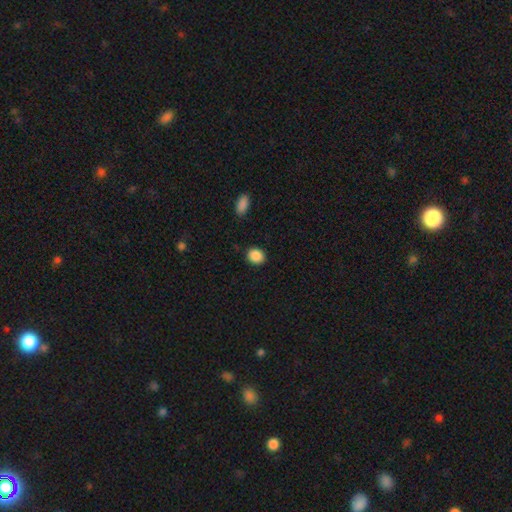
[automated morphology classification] type=smooth (89%); roundness=round (64%); merging=none (89%).